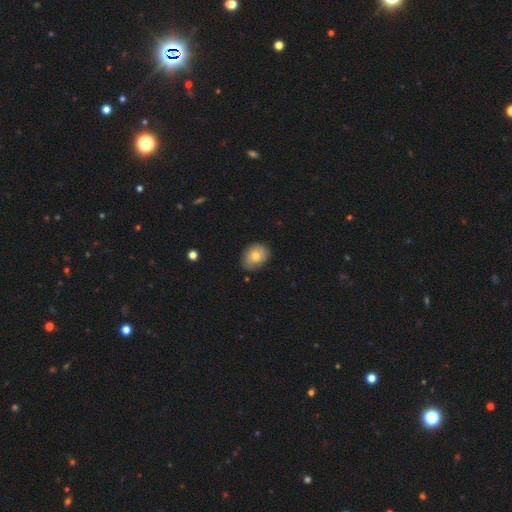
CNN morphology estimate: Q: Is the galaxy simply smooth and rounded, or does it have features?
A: smooth — 75%.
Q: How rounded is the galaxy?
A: in between — 64%.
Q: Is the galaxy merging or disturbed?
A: none — 75%.